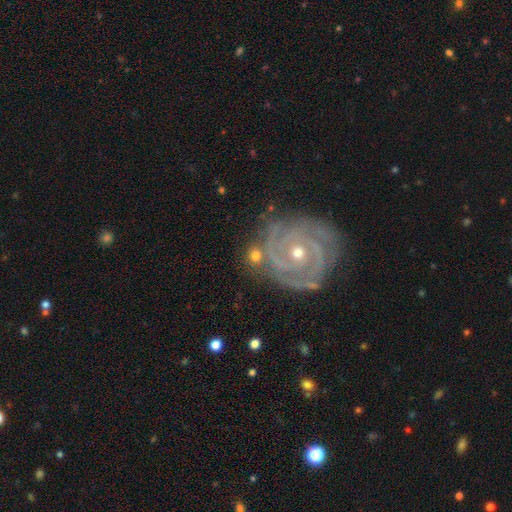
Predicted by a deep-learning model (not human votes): A featured or disk galaxy (57%) with no bar (70%), spiral arms (87%) and a moderate central bulge (59%). Merging: none (72%).